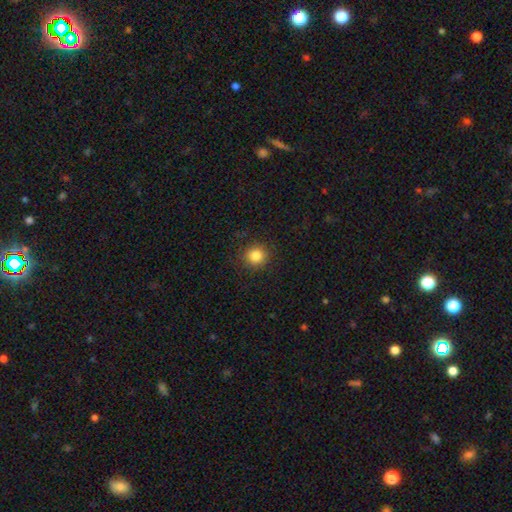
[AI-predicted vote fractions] Smooth or featured? Predicted: smooth (p=0.84). How rounded? Predicted: round (p=0.91). Merging? Predicted: none (p=0.90).